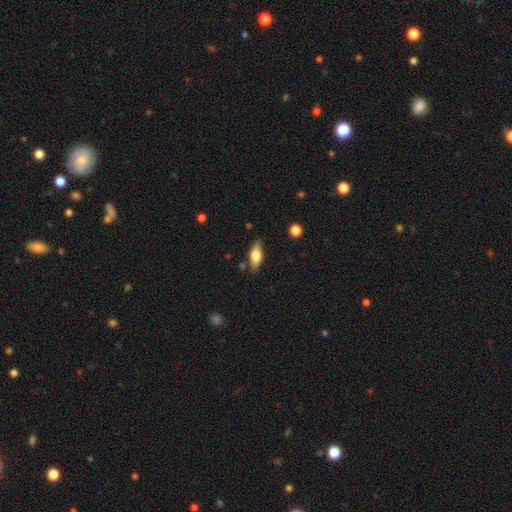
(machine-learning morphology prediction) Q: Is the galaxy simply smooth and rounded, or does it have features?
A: smooth — 63%.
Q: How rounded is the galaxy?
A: in between — 73%.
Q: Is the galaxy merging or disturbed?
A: none — 79%.